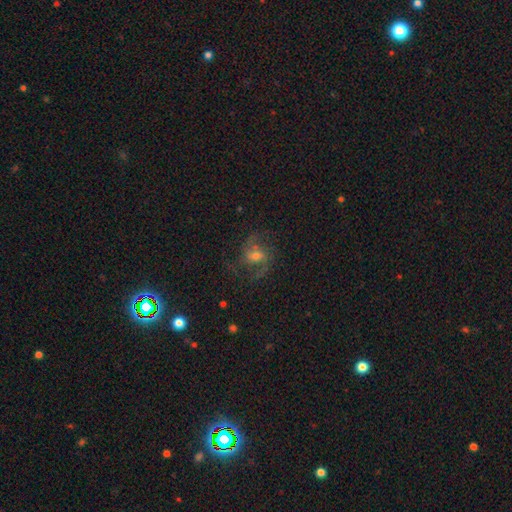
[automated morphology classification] Smooth or featured: featured or disk — 74% (star or artifact — 14%)
Edge-on disk: no — 97% (yes — 3%)
Bar: weak — 44% (no — 42%)
Spiral arms: yes — 94% (no — 6%)
Spiral winding: medium — 51% (loose — 34%)
Spiral arm count: 2 — 67% (3 — 12%)
Bulge size: moderate — 50% (small — 41%)
Merging: none — 70% (minor disturbance — 15%)